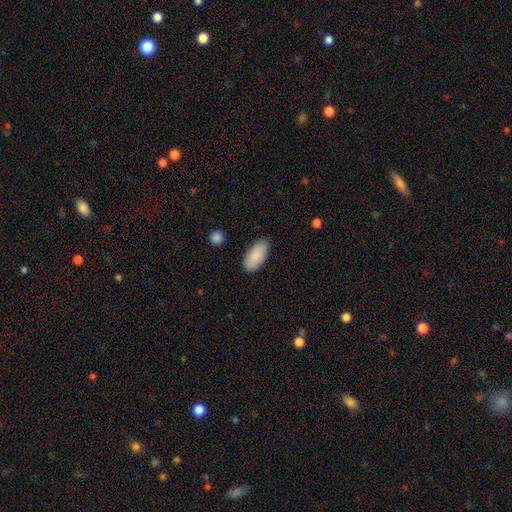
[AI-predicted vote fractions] The model was most divided on "merging": none: 85%, minor disturbance: 11%, major disturbance: 2%, merger: 1%. More confident: how rounded — in between (93%); smooth or featured — smooth (87%).